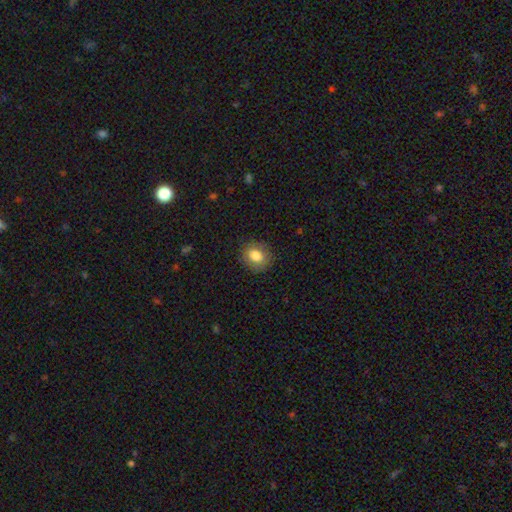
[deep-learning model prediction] smooth_or_featured: smooth (p=0.82) [alt: star or artifact p=0.09]
how_rounded: round (p=0.64) [alt: in between p=0.35]
merging: none (p=0.86) [alt: minor disturbance p=0.10]